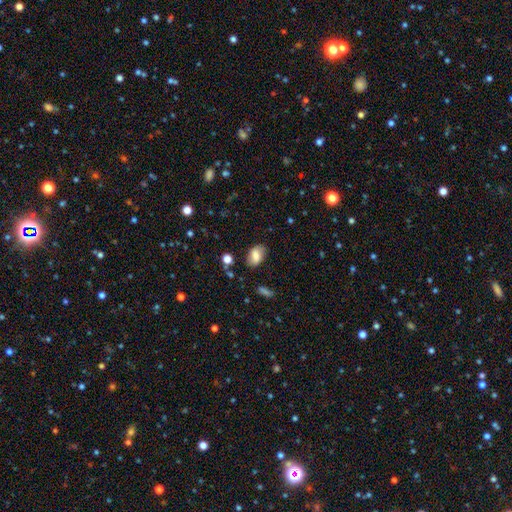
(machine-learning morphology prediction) Smooth or featured: smooth — 76% (featured or disk — 15%)
How rounded: in between — 88% (round — 11%)
Merging: none — 78% (minor disturbance — 16%)